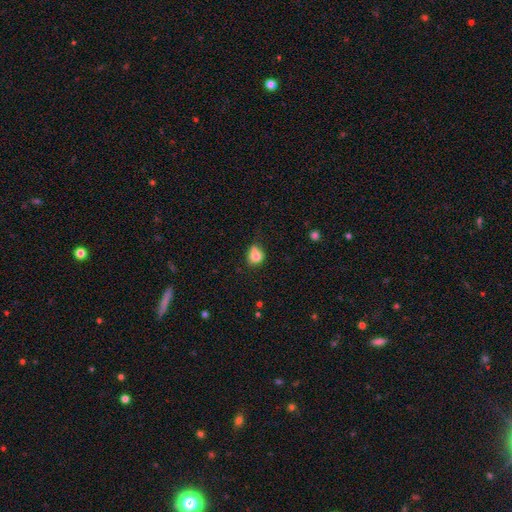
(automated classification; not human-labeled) Q: Smooth or featured?
A: smooth (78%); runner-up: featured or disk (11%)
Q: How rounded?
A: round (57%); runner-up: in between (42%)
Q: Merging?
A: none (41%); runner-up: minor disturbance (35%)